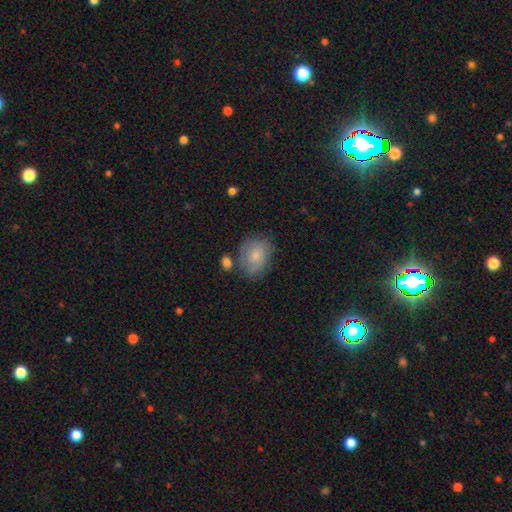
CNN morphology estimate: This is likely a smooth galaxy (68%). How rounded: possibly in between (53%). Merging: likely none (62%).